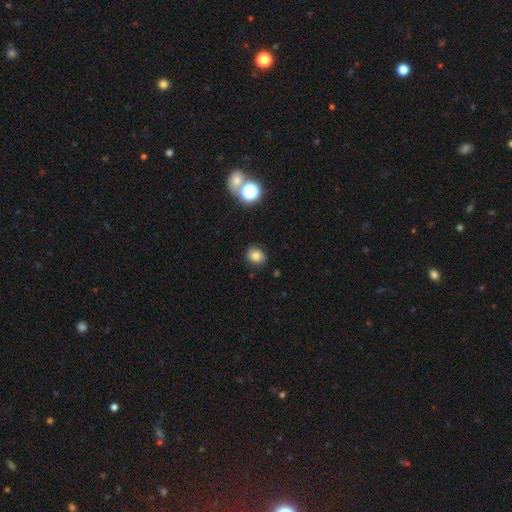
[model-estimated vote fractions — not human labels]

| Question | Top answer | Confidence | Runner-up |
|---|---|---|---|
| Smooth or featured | smooth | 80% | star or artifact (13%) |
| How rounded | round | 61% | in between (38%) |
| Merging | none | 84% | minor disturbance (11%) |